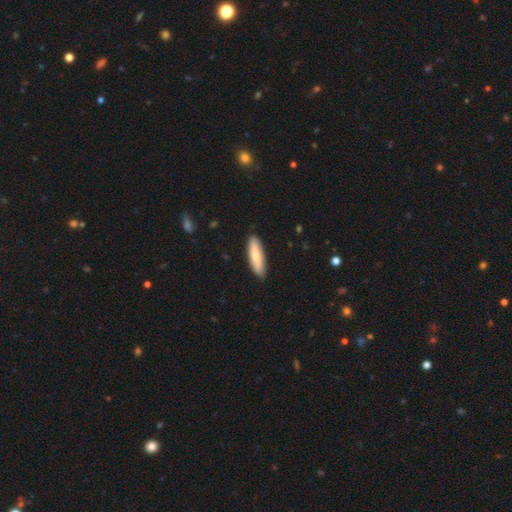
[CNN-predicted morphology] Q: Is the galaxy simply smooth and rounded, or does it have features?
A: smooth — 75%.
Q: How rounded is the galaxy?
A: cigar-shaped — 65%.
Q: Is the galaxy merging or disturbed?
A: none — 89%.